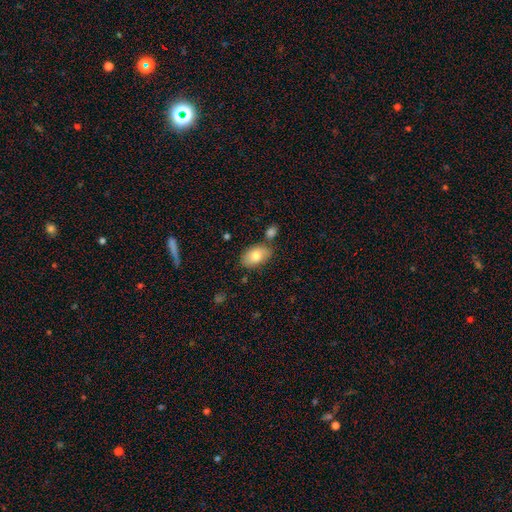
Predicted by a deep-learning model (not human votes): Smooth or featured?
  - smooth: 80% *
  - featured or disk: 13%
  - star or artifact: 7%
How rounded?
  - in between: 92% *
  - round: 7%
  - cigar-shaped: 1%
Merging?
  - none: 71% *
  - minor disturbance: 16%
  - merger: 10%
  - major disturbance: 3%